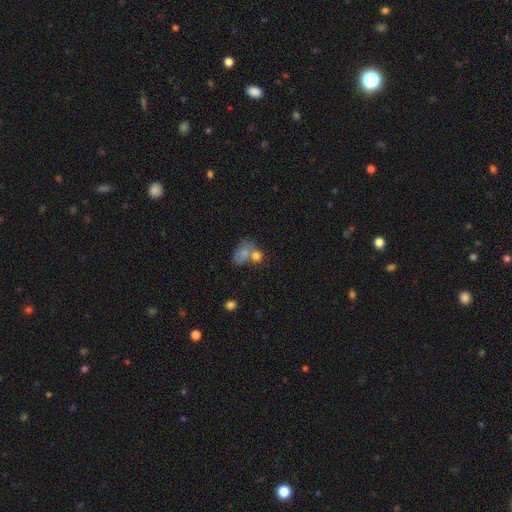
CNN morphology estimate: Overall: smooth (71%). How rounded: round (53%; in between 46%). Merging: merger (53%; none 28%).